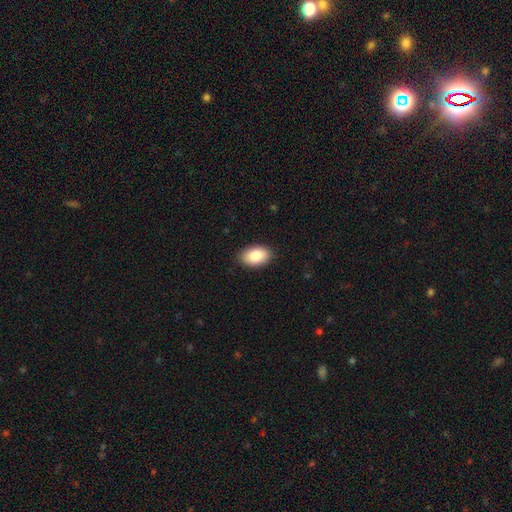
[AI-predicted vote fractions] Q: Smooth or featured?
A: smooth (86%); runner-up: featured or disk (7%)
Q: How rounded?
A: in between (92%); runner-up: round (7%)
Q: Merging?
A: none (88%); runner-up: minor disturbance (9%)